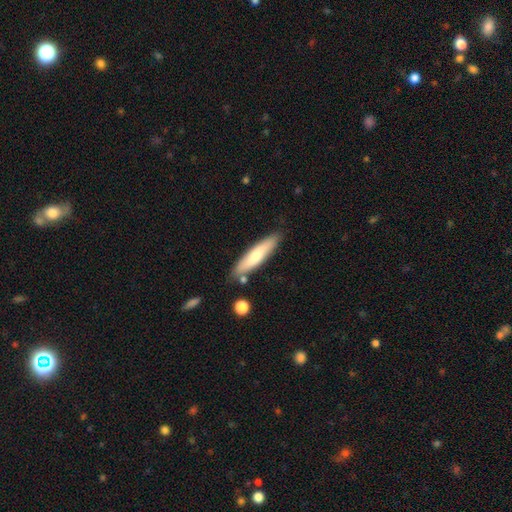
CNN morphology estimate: smooth 64%, featured or disk 30%, star or artifact 6%. Down the decision tree: how rounded — cigar-shaped (78%); merging — none (81%).